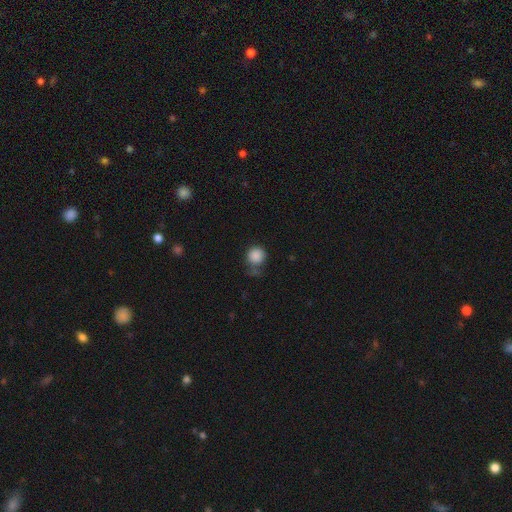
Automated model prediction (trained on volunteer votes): smooth_or_featured: smooth (p=0.87) [alt: star or artifact p=0.10]
how_rounded: round (p=0.92) [alt: in between p=0.07]
merging: none (p=0.61) [alt: minor disturbance p=0.22]